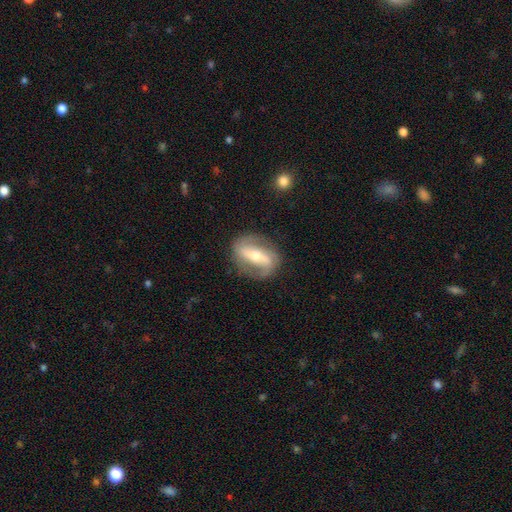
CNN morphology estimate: Smooth or featured? featured or disk (79%)
Edge-on disk? no (91%)
Bar? strong (66%)
Spiral arms? yes (81%)
Spiral winding? medium (40%)
Spiral arm count? 2 (87%)
Bulge size? moderate (58%)
Merging? none (81%)